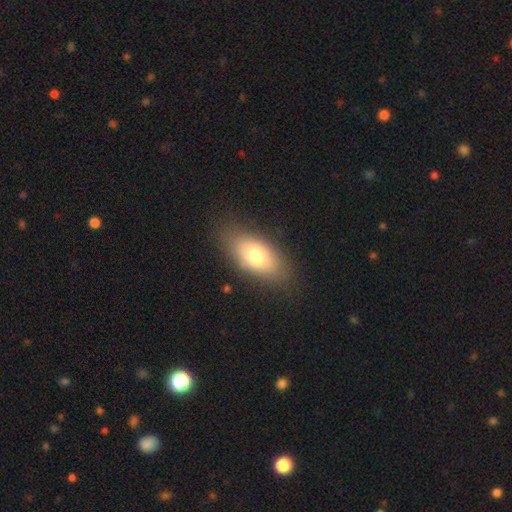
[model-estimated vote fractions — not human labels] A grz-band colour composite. It shows a smooth galaxy with no disk features (72%) that is in between round and cigar-shaped (89%). Merging: none (81%).